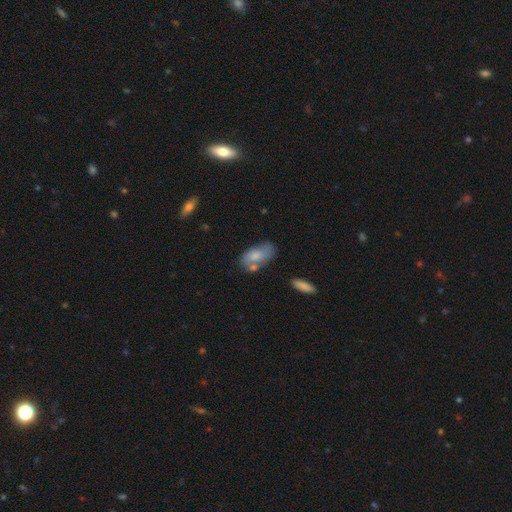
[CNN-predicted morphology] This is likely a smooth galaxy (66%). How rounded: clearly in between (91%). Merging: possibly none (53%).